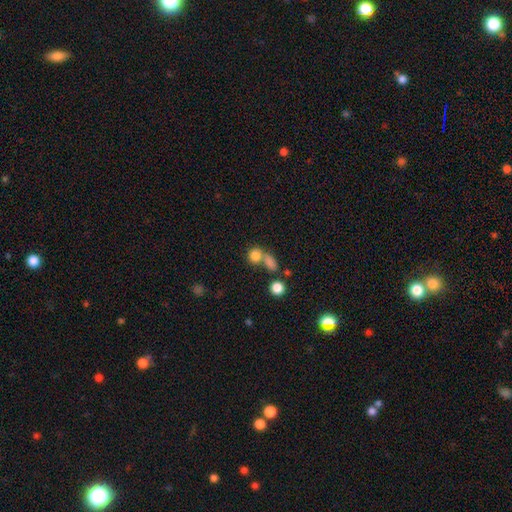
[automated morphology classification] A smooth galaxy with no disk features (81%) that is round (73%). Merging: none (44%).